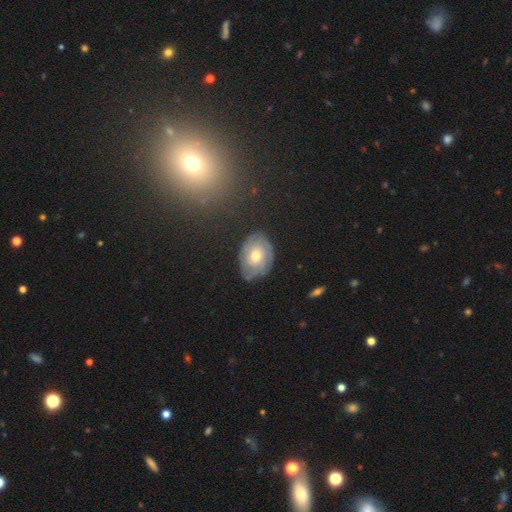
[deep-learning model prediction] Smooth or featured? featured or disk (65%)
Edge-on disk? no (96%)
Bar? no (77%)
Spiral arms? yes (84%)
Spiral winding? tight (73%)
Spiral arm count? can't tell (48%)
Bulge size? moderate (67%)
Merging? none (74%)